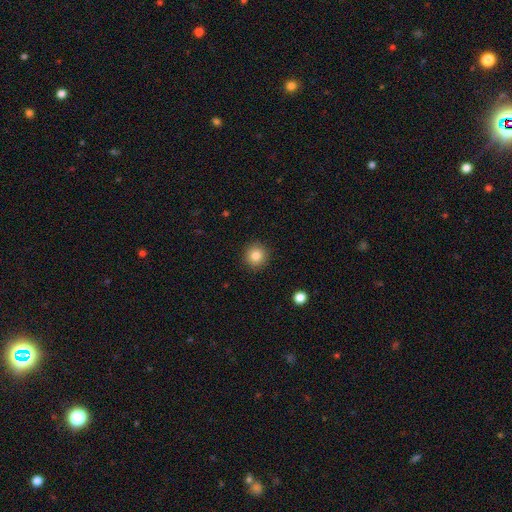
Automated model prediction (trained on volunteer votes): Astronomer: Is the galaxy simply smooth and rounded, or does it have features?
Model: smooth — 84%.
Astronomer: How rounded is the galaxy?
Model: round — 93%.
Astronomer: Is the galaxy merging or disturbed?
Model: none — 91%.